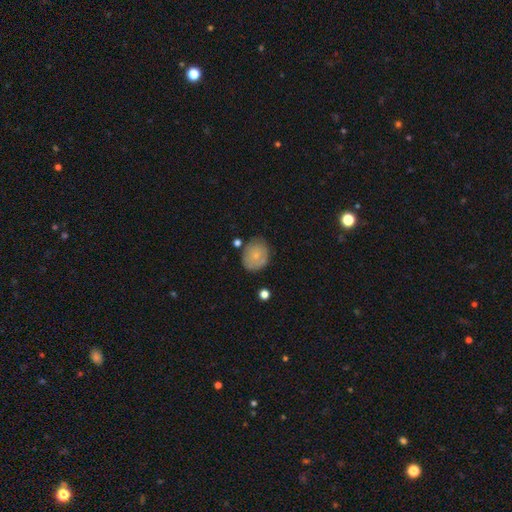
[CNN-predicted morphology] A smooth galaxy with no disk features (68%) that is round (56%). Merging: none (71%).